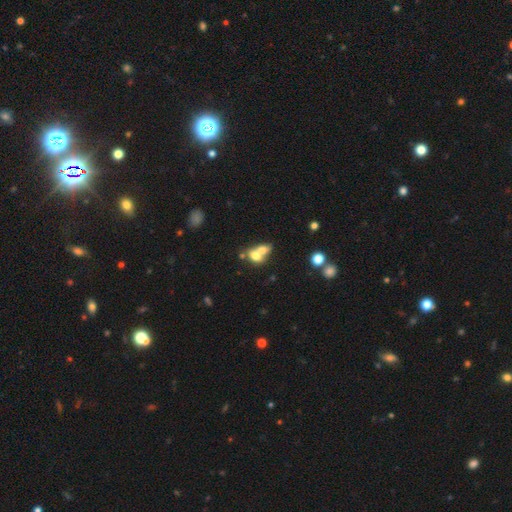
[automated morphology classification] The model was most divided on "how rounded": in between: 69%, round: 27%, cigar-shaped: 4%. More confident: merging — merger (71%); smooth or featured — smooth (67%).